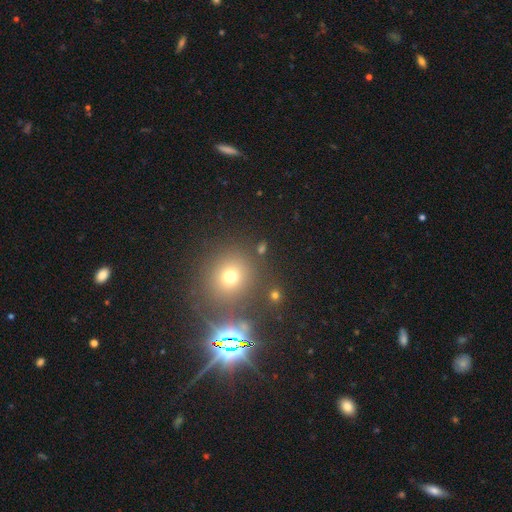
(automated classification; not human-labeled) Smooth or featured? Predicted: star or artifact (p=0.53).